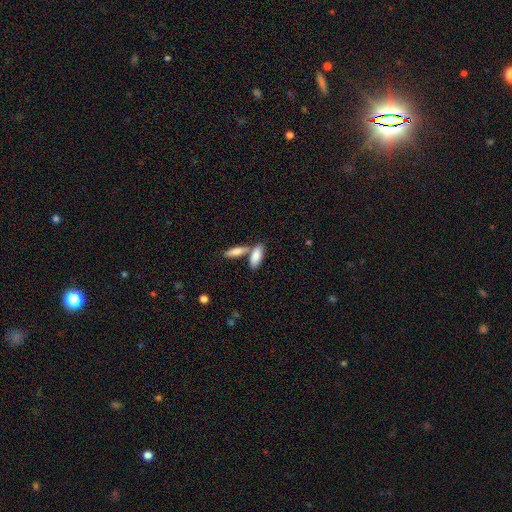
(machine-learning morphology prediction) smooth 84%, featured or disk 11%, star or artifact 6%. Down the decision tree: how rounded — in between (74%); merging — none (49%).